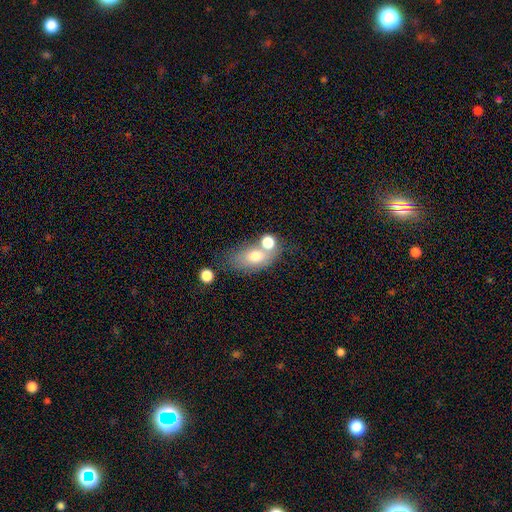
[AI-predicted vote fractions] smooth_or_featured: smooth (p=0.70) [alt: featured or disk p=0.20]
how_rounded: in between (p=0.82) [alt: round p=0.14]
merging: none (p=0.44) [alt: merger p=0.30]